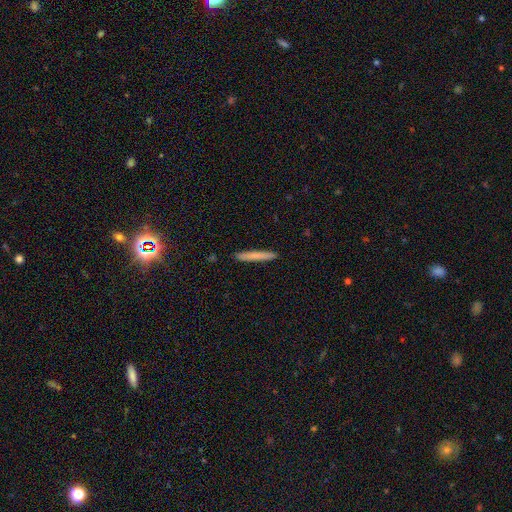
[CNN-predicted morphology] Q: Smooth or featured?
A: smooth (74%); runner-up: featured or disk (20%)
Q: How rounded?
A: cigar-shaped (96%); runner-up: in between (3%)
Q: Merging?
A: none (91%); runner-up: minor disturbance (6%)